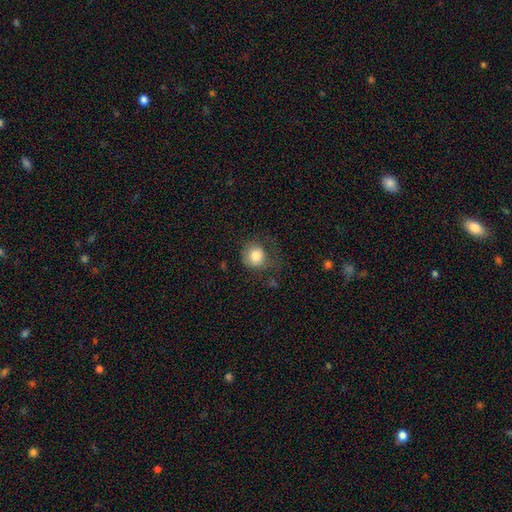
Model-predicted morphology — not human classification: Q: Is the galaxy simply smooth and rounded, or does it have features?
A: smooth — 80%.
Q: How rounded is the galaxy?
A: round — 86%.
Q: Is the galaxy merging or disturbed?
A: none — 53%.